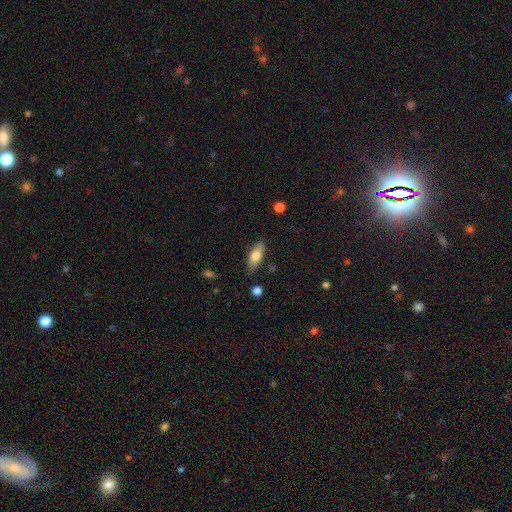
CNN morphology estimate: A smooth galaxy with no disk features (73%) that is in between round and cigar-shaped (73%). Merging: none (80%).